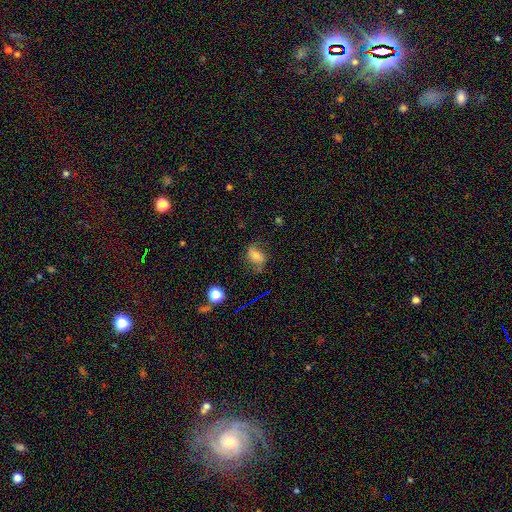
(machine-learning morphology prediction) A smooth galaxy with no disk features (56%) that is in between round and cigar-shaped (76%). Merging: none (63%).